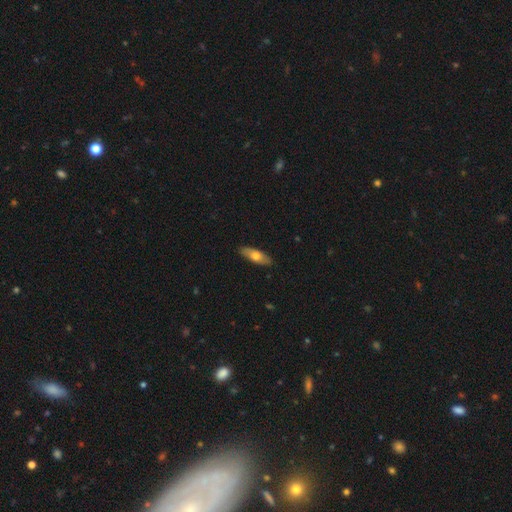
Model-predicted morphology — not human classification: Smooth or featured: smooth — 62% (featured or disk — 32%)
How rounded: in between — 60% (cigar-shaped — 37%)
Merging: none — 88% (minor disturbance — 10%)